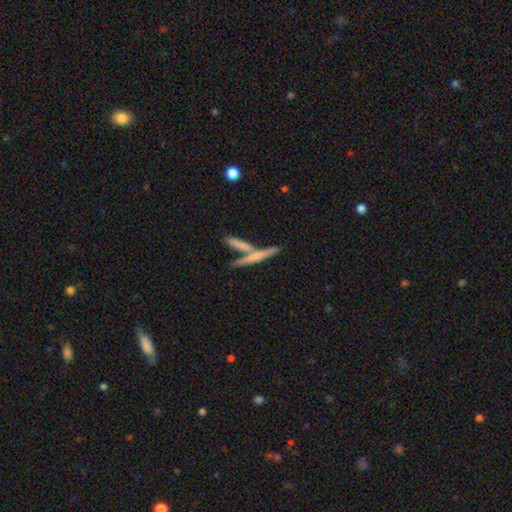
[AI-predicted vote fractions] A smooth galaxy with no disk features (52%) that is cigar-shaped (91%).

Vote fractions:
- Smooth or featured? smooth: 52% / featured or disk: 40% / star or artifact: 8%
- How rounded? cigar-shaped: 91% / in between: 7% / round: 2%
- Merging? none: 53% / merger: 34% / minor disturbance: 9% / major disturbance: 4%